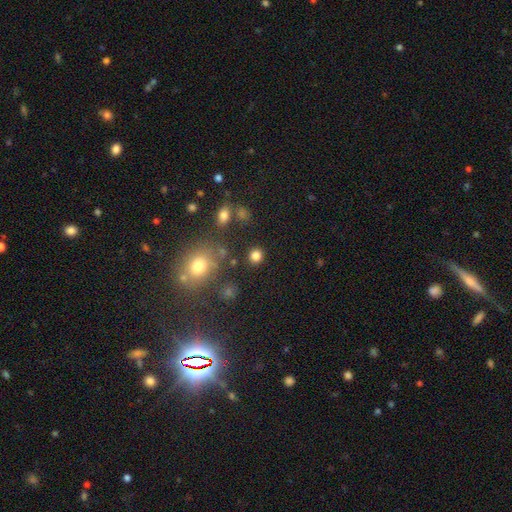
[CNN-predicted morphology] This is clearly a smooth galaxy (82%). How rounded: clearly round (85%). Merging: clearly none (84%).